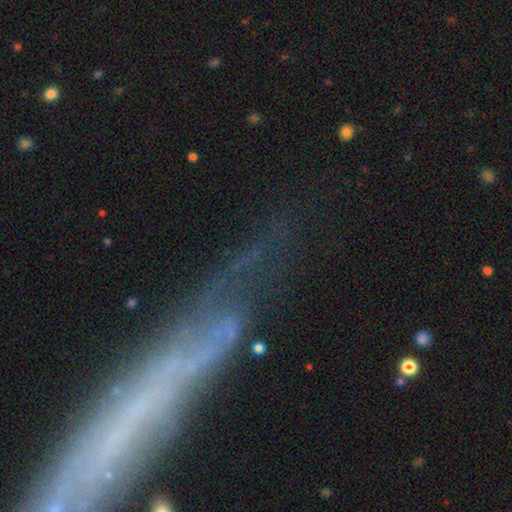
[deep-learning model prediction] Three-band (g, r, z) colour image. It shows a featured or disk galaxy (55%) viewed edge-on (56%). Merging: none (62%).